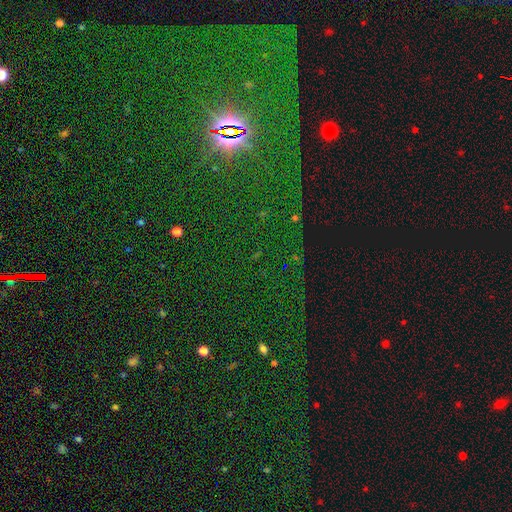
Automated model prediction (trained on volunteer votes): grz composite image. It shows a star or artifact, not a galaxy (83%).